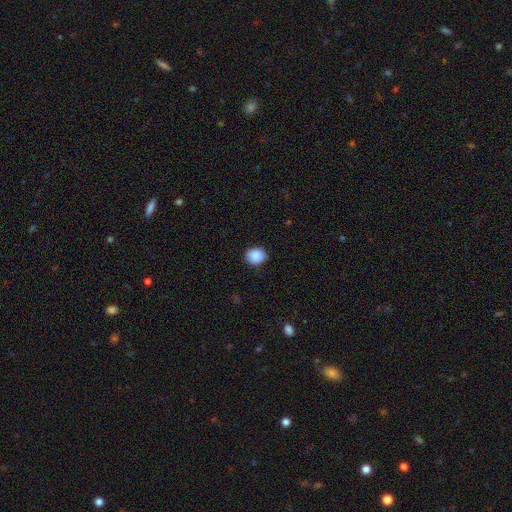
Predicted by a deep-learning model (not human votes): smooth 89%, star or artifact 8%, featured or disk 3%. Down the decision tree: how rounded — round (61%); merging — none (84%).